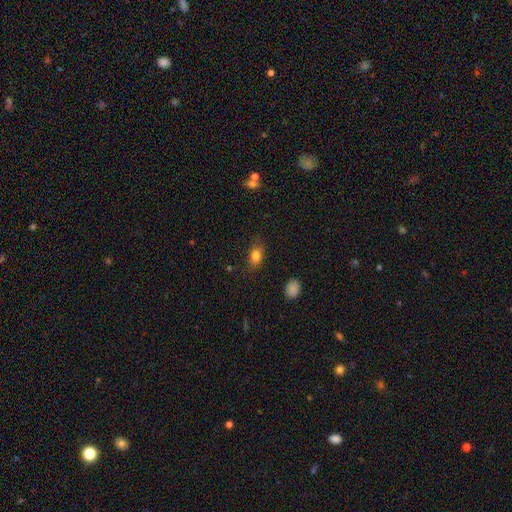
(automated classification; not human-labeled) Smooth or featured? Predicted: smooth (p=0.82). How rounded? Predicted: in between (p=0.77). Merging? Predicted: none (p=0.78).